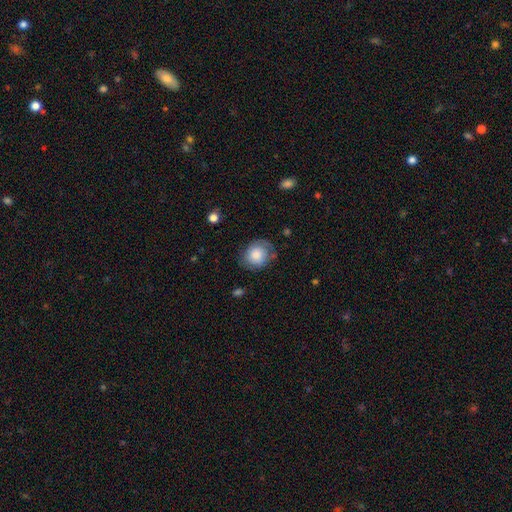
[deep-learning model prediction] Smooth or featured? smooth (72%)
How rounded? round (69%)
Merging? none (66%)